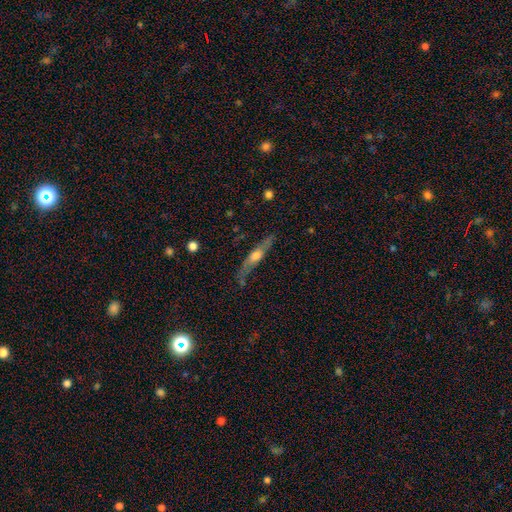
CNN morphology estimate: featured or disk 57%, smooth 36%, star or artifact 6%. Down the decision tree: edge-on disk — yes (87%); merging — none (75%).